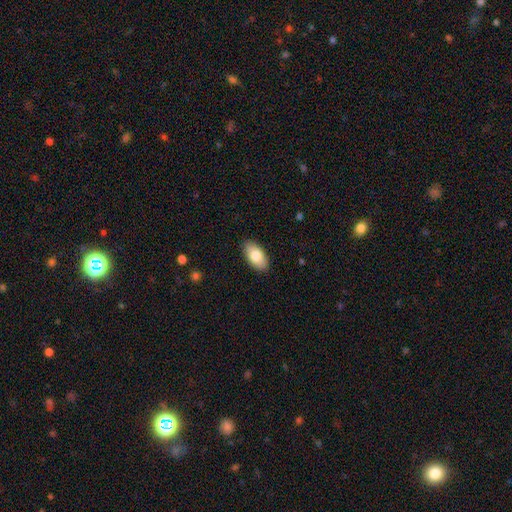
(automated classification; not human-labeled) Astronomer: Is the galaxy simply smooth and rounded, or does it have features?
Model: smooth — 81%.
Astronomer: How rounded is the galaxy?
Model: in between — 94%.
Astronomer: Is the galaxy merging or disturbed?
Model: none — 89%.